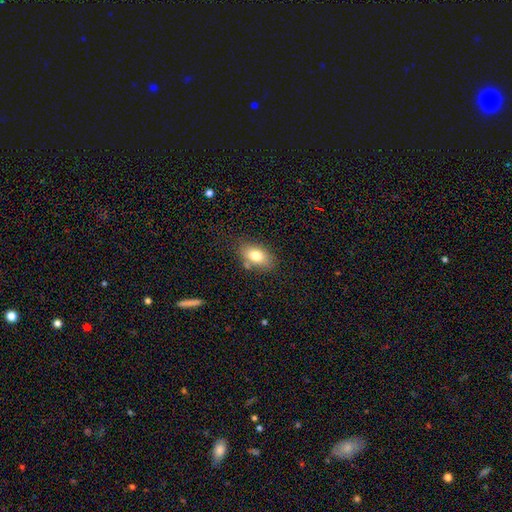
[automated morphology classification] smooth 77%, featured or disk 14%, star or artifact 9%. Down the decision tree: how rounded — in between (87%); merging — none (76%).